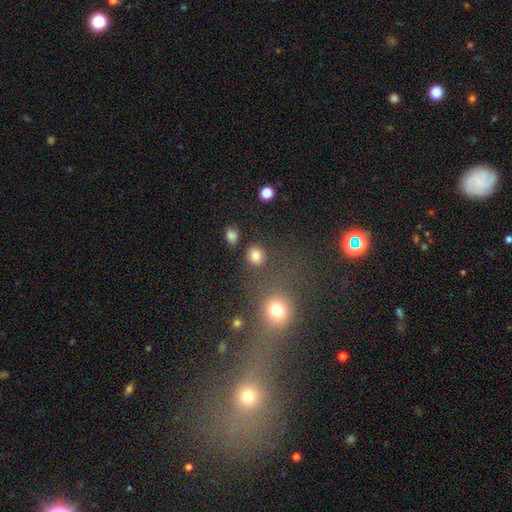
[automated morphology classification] This appears to be a smooth galaxy with no disk features (82%) that is round (79%). Merging: none (80%).